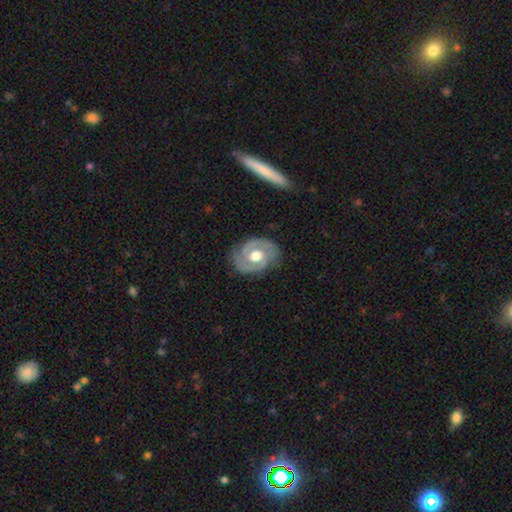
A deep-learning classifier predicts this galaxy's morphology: This appears to be a featured or disk galaxy (77%) with no bar (65%), 2 (79%) tight (48%) spiral arms (82%) and a moderate central bulge (67%). Merging: none (75%).